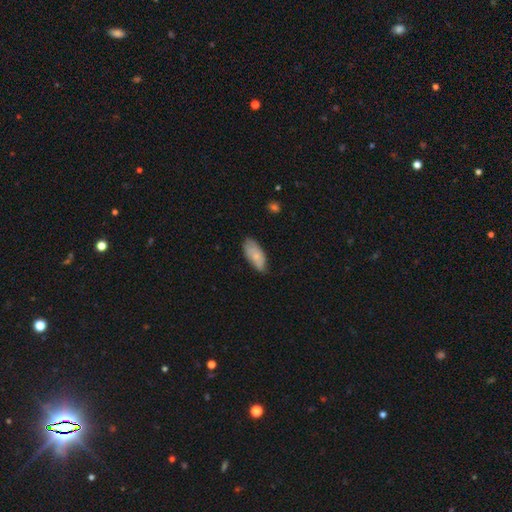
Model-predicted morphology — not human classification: Smooth or featured?
  - smooth: 69% *
  - featured or disk: 25%
  - star or artifact: 6%
How rounded?
  - in between: 90% *
  - cigar-shaped: 7%
  - round: 2%
Merging?
  - none: 64% *
  - minor disturbance: 30%
  - major disturbance: 5%
  - merger: 2%